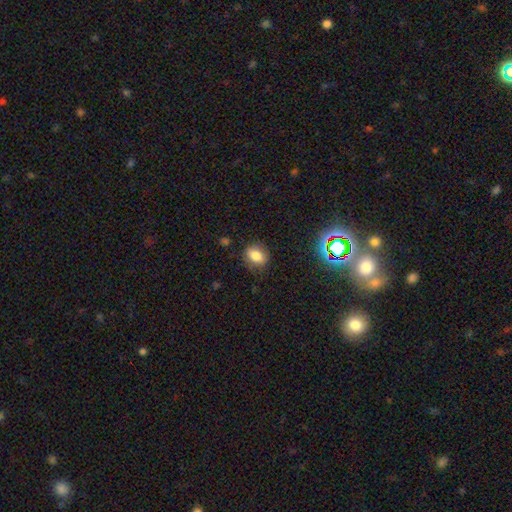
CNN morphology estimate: Smooth or featured?
  - smooth: 80% *
  - star or artifact: 11%
  - featured or disk: 9%
How rounded?
  - in between: 65% *
  - round: 33%
  - cigar-shaped: 2%
Merging?
  - none: 82% *
  - minor disturbance: 13%
  - major disturbance: 4%
  - merger: 1%